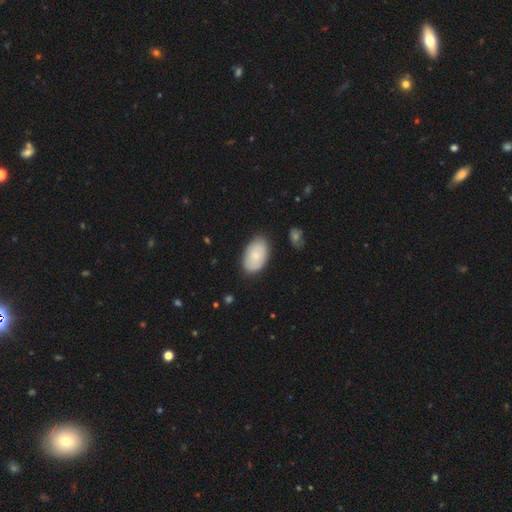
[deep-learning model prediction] Smooth or featured? Predicted: smooth (p=0.79). How rounded? Predicted: in between (p=0.93). Merging? Predicted: none (p=0.81).